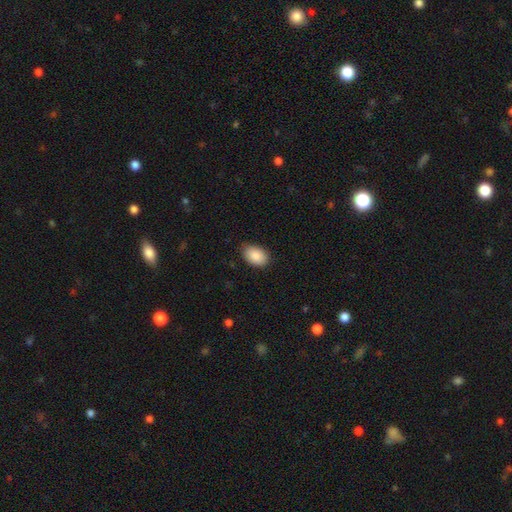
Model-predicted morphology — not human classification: Smooth or featured?
  - smooth: 89% *
  - star or artifact: 7%
  - featured or disk: 5%
How rounded?
  - in between: 90% *
  - round: 9%
  - cigar-shaped: 1%
Merging?
  - none: 83% *
  - minor disturbance: 14%
  - major disturbance: 2%
  - merger: 1%